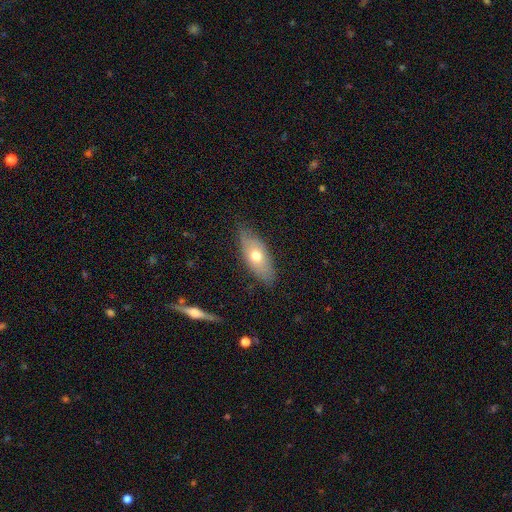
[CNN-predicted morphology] Smooth or featured? smooth (62%)
How rounded? in between (79%)
Merging? none (75%)